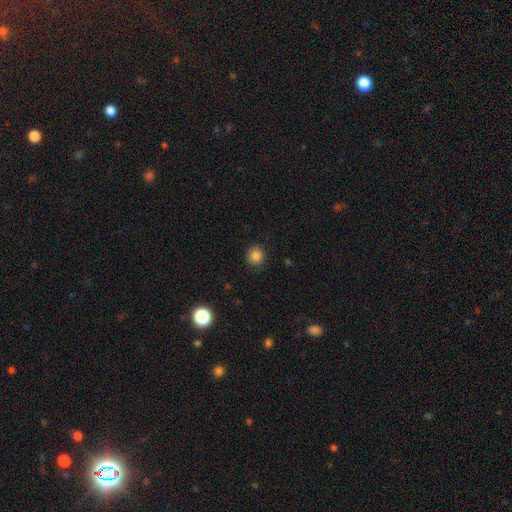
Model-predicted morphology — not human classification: A smooth galaxy with no disk features (84%) that is round (86%). Merging: none (88%).